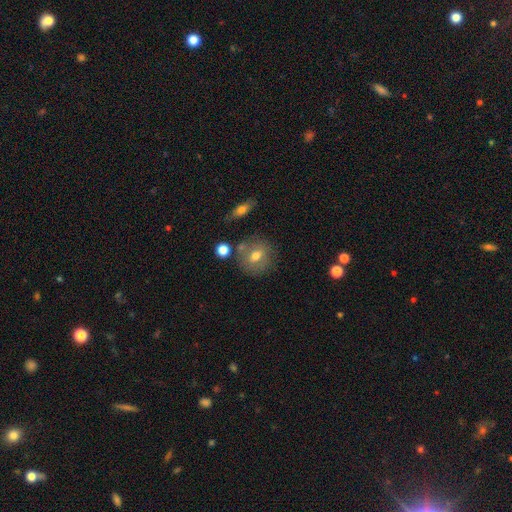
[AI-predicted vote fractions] This appears to be a smooth galaxy with no disk features (65%) that is round (80%). Merging: none (73%).